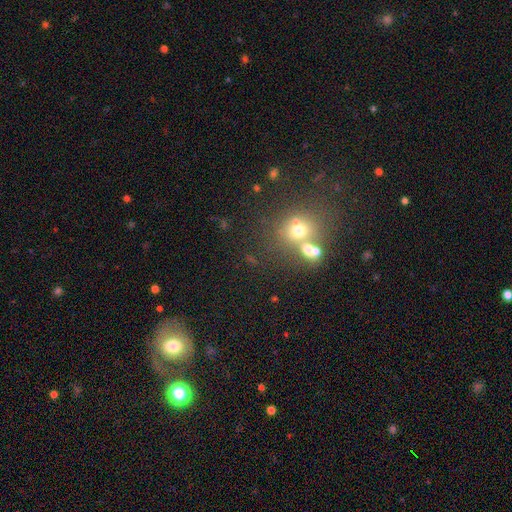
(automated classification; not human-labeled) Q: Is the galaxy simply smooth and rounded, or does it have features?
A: smooth — 53%.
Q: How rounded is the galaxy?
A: round — 78%.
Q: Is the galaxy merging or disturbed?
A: none — 52%.